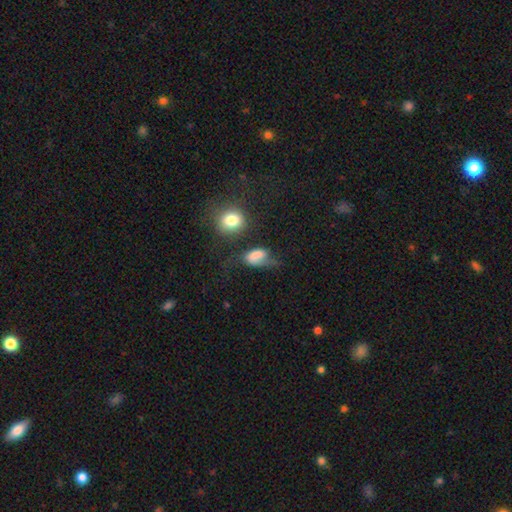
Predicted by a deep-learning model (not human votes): Morphology: type=smooth (65%); roundness=in between (81%); merging=major disturbance (36%).